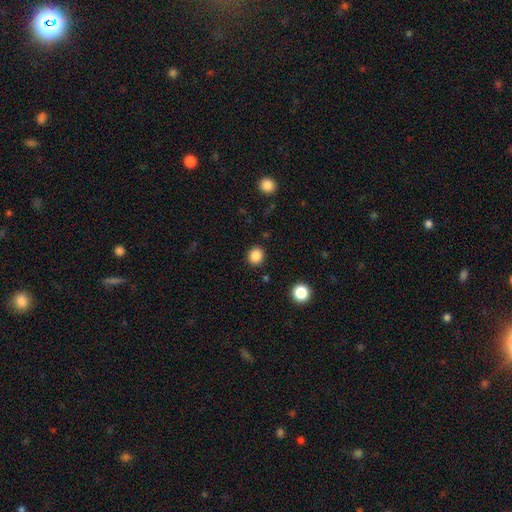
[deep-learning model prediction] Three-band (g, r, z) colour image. It shows a smooth galaxy with no disk features (86%) that is round (81%). Merging: none (89%).